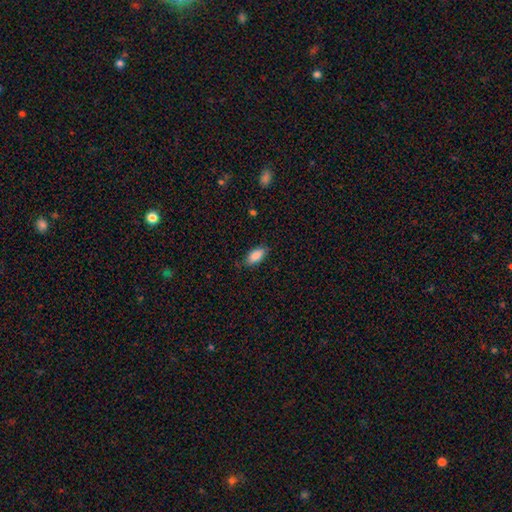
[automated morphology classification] type=smooth (87%); roundness=in between (90%); merging=none (81%).